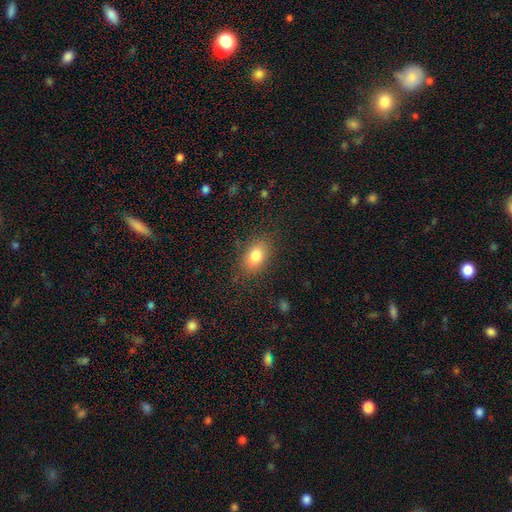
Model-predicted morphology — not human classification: smooth 82%, featured or disk 9%, star or artifact 9%. Down the decision tree: how rounded — in between (86%); merging — none (83%).